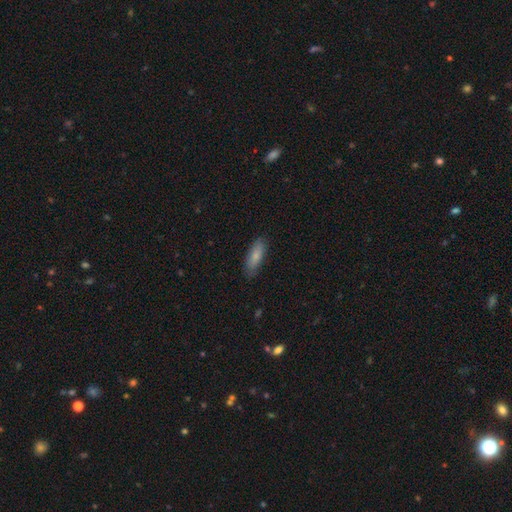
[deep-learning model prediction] smooth-or-featured: smooth: 81% | featured or disk: 13% | star or artifact: 6%
  how-rounded: in between: 60% | cigar-shaped: 38% | round: 2%
  merging: none: 83% | minor disturbance: 13% | major disturbance: 3% | merger: 1%